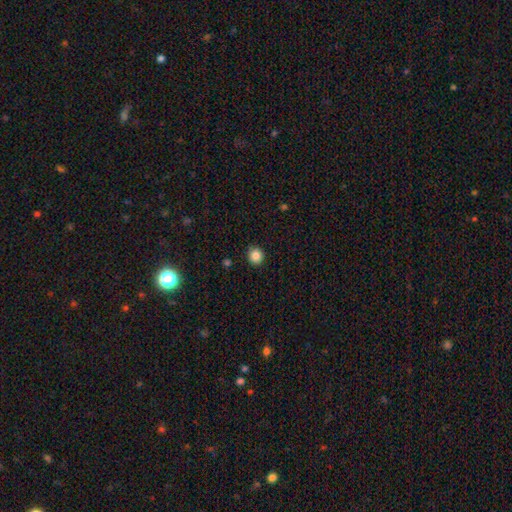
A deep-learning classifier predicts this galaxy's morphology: smooth_or_featured: smooth (p=0.85) [alt: star or artifact p=0.11]
how_rounded: round (p=0.88) [alt: in between p=0.11]
merging: none (p=0.90) [alt: minor disturbance p=0.07]